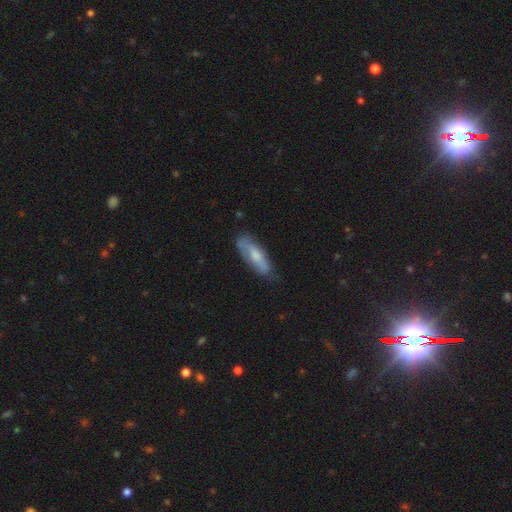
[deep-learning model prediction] Smooth or featured? Predicted: smooth (p=0.58). How rounded? Predicted: in between (p=0.53). Merging? Predicted: none (p=0.68).